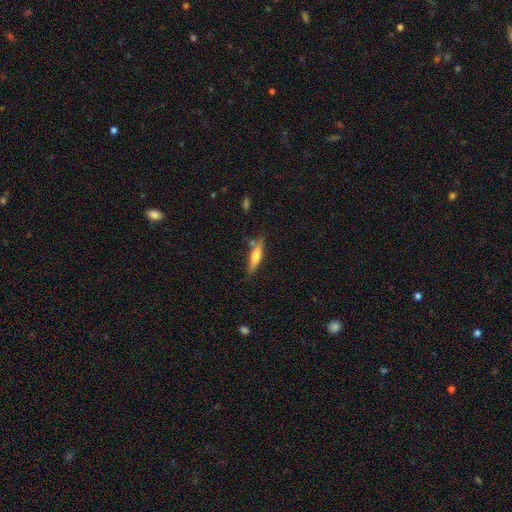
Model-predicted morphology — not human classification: Q: Smooth or featured?
A: smooth (56%); runner-up: featured or disk (37%)
Q: How rounded?
A: cigar-shaped (79%); runner-up: in between (20%)
Q: Merging?
A: none (75%); runner-up: minor disturbance (15%)